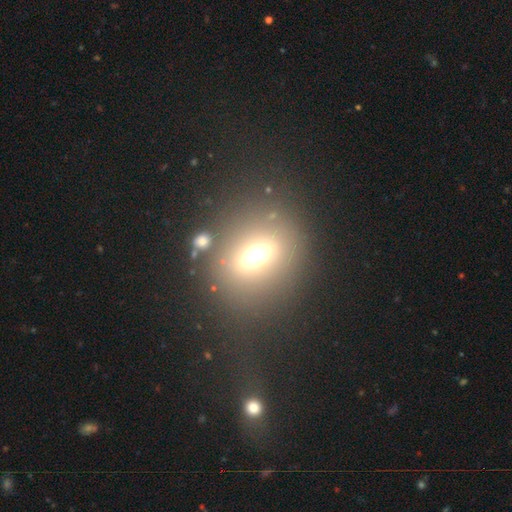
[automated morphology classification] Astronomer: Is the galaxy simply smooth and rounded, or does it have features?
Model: smooth — 60%.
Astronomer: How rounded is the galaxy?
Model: in between — 49% (runner-up: round, 48%).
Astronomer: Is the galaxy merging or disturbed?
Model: none — 74%.